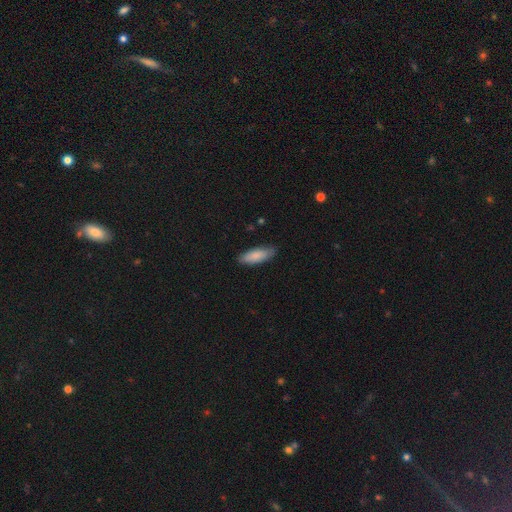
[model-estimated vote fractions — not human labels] Q: Smooth or featured?
A: smooth (85%); runner-up: featured or disk (10%)
Q: How rounded?
A: in between (62%); runner-up: cigar-shaped (36%)
Q: Merging?
A: none (84%); runner-up: minor disturbance (13%)